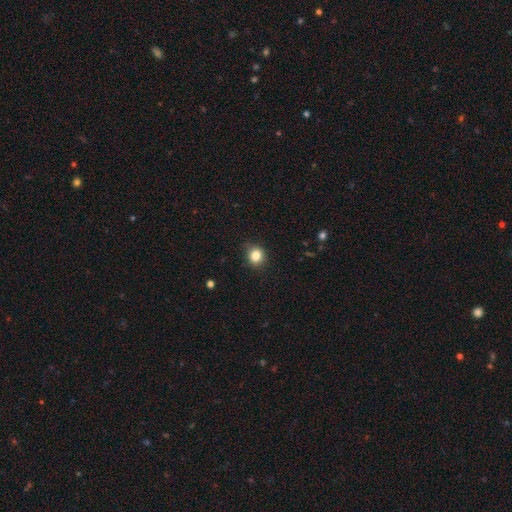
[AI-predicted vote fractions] smooth_or_featured: smooth (p=0.83) [alt: star or artifact p=0.11]
how_rounded: round (p=0.77) [alt: in between p=0.22]
merging: none (p=0.83) [alt: minor disturbance p=0.13]